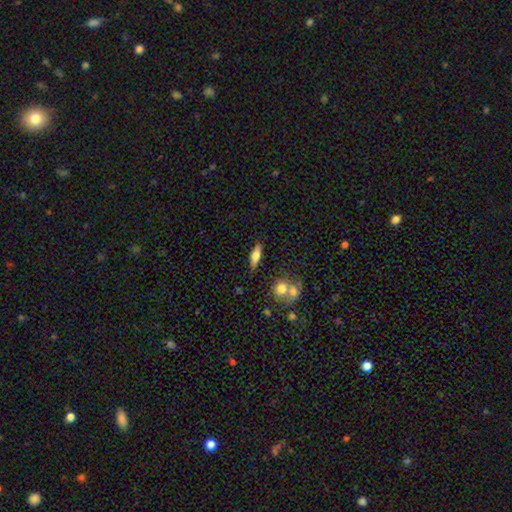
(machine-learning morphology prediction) type=smooth (65%); roundness=in between (60%); merging=none (81%).